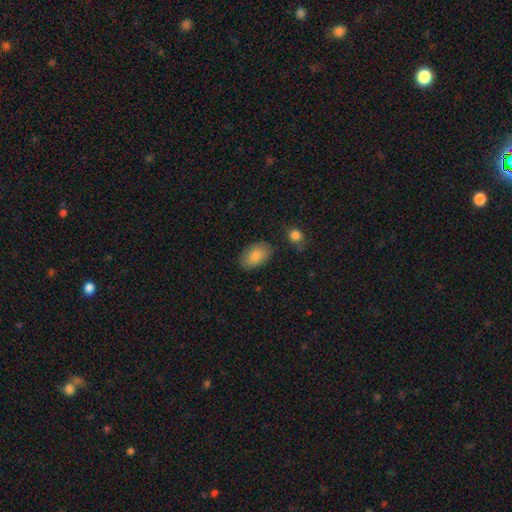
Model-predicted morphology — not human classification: This appears to be a smooth galaxy with no disk features (87%) that is in between round and cigar-shaped (92%). Merging: none (79%).